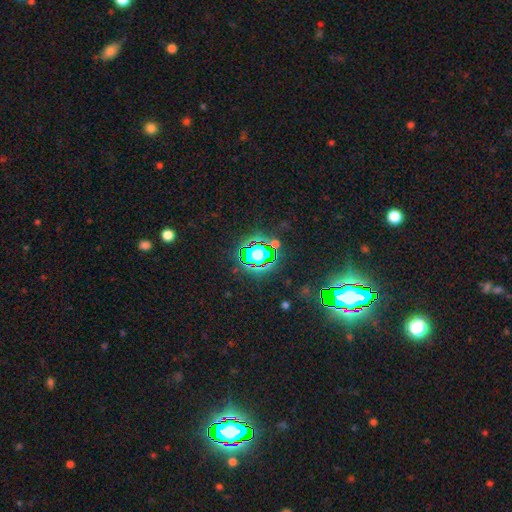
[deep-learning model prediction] This is likely a star or artifact rather than a galaxy (78%).